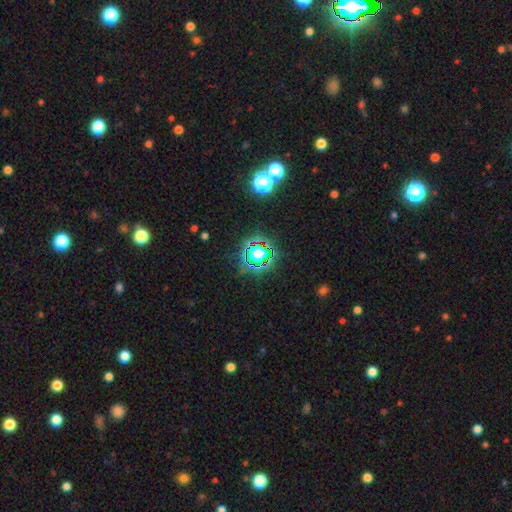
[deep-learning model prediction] Smooth or featured? Predicted: star or artifact (p=0.63).